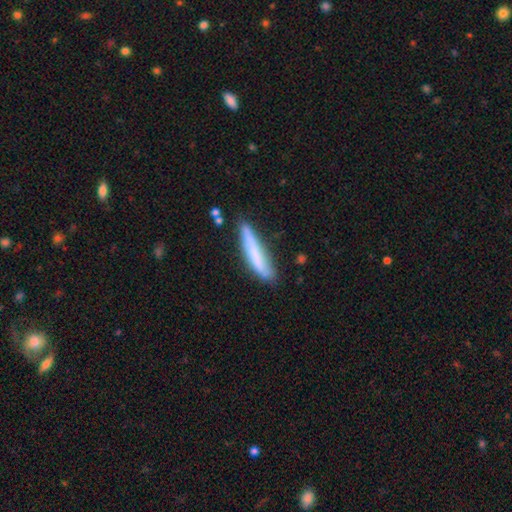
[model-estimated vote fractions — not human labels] Q: Smooth or featured?
A: smooth (71%); runner-up: featured or disk (23%)
Q: How rounded?
A: cigar-shaped (89%); runner-up: in between (9%)
Q: Merging?
A: none (72%); runner-up: minor disturbance (20%)